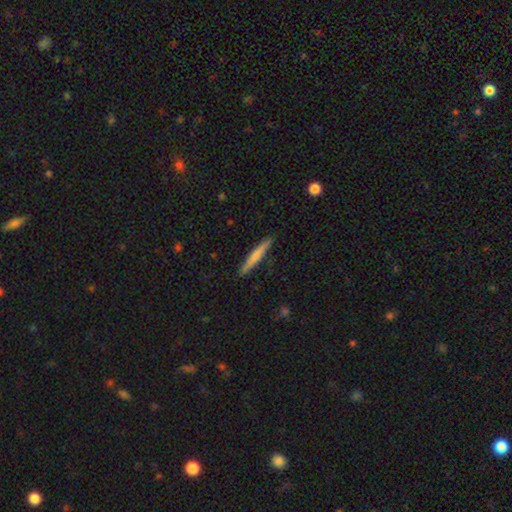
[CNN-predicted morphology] smooth-or-featured: smooth: 63% | featured or disk: 31% | star or artifact: 5%
  how-rounded: cigar-shaped: 95% | in between: 4% | round: 1%
  merging: none: 90% | minor disturbance: 7% | major disturbance: 2% | merger: 1%